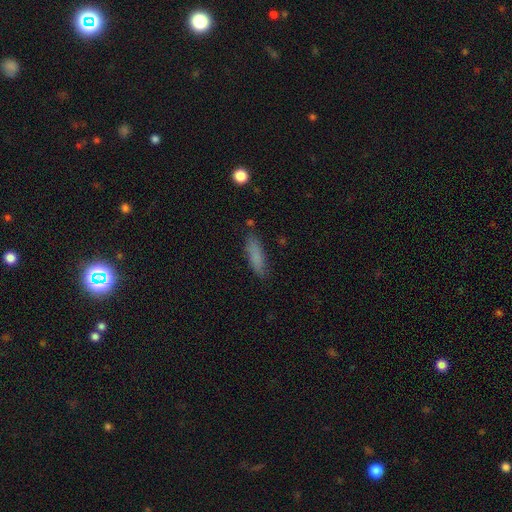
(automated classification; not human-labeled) This is likely a smooth galaxy (80%). How rounded: likely cigar-shaped (63%). Merging: likely none (78%).